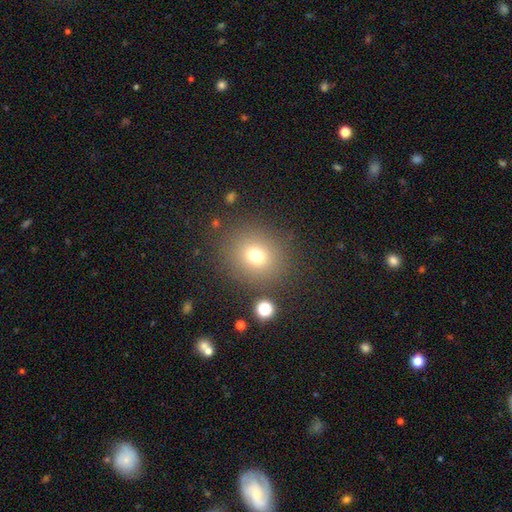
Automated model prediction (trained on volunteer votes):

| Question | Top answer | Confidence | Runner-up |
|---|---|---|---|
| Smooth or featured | smooth | 72% | star or artifact (17%) |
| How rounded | round | 81% | in between (18%) |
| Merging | none | 84% | minor disturbance (8%) |